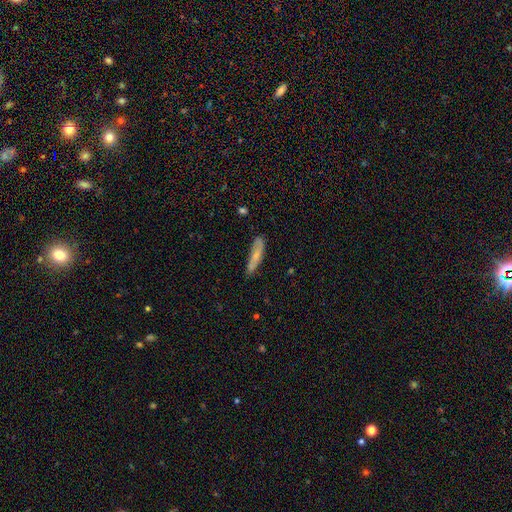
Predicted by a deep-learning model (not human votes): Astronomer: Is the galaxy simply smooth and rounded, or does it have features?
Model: smooth — 66%.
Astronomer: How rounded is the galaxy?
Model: cigar-shaped — 76%.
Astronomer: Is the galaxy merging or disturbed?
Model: none — 63%.